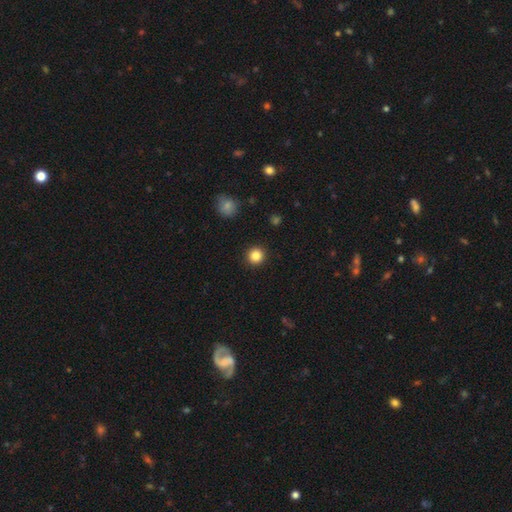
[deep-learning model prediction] Smooth or featured? Predicted: smooth (p=0.85). How rounded? Predicted: round (p=0.94). Merging? Predicted: none (p=0.93).